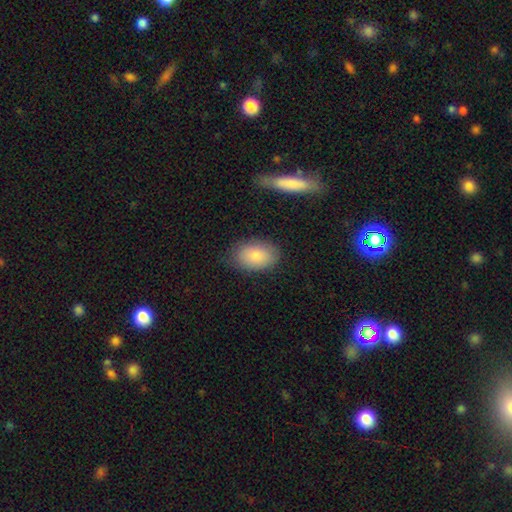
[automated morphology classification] Smooth or featured? Predicted: smooth (p=0.82). How rounded? Predicted: in between (p=0.87). Merging? Predicted: none (p=0.78).